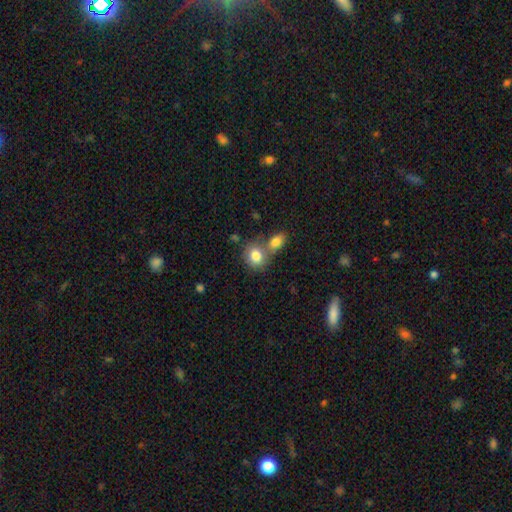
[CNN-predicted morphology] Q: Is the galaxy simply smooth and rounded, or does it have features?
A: smooth — 82%.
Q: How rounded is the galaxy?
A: round — 61%.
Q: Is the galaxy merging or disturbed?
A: merger — 44%.